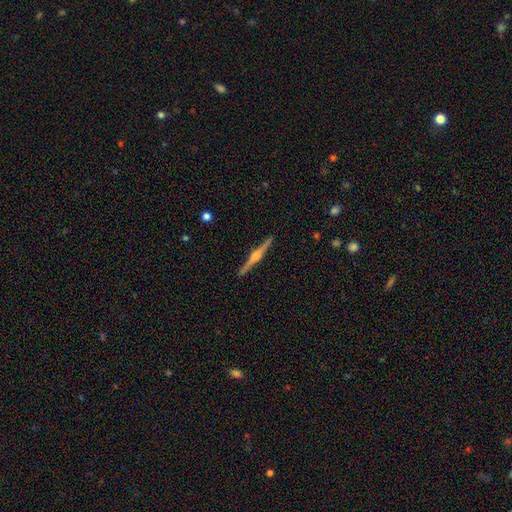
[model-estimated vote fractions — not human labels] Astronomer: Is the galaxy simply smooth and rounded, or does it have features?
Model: featured or disk — 84%.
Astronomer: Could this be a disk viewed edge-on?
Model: yes — 99%.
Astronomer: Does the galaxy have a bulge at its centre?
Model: rounded — 89%.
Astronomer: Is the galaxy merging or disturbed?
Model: none — 92%.